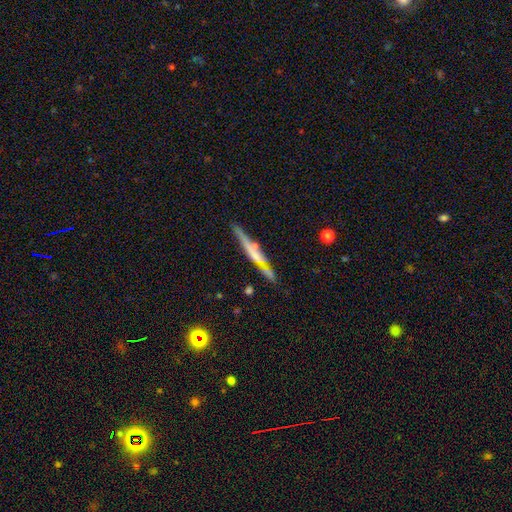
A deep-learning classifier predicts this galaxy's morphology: Smooth or featured?
  - featured or disk: 56% *
  - smooth: 36%
  - star or artifact: 8%
Edge-on disk?
  - yes: 90% *
  - no: 10%
Merging?
  - none: 68% *
  - minor disturbance: 17%
  - merger: 9%
  - major disturbance: 6%